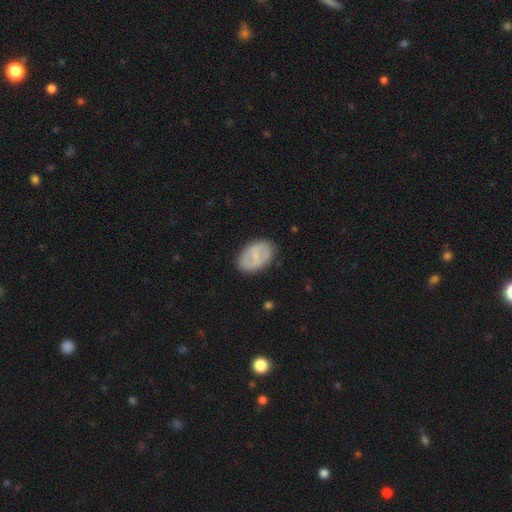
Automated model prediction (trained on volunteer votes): A featured or disk galaxy (48%). Merging: none (82%).